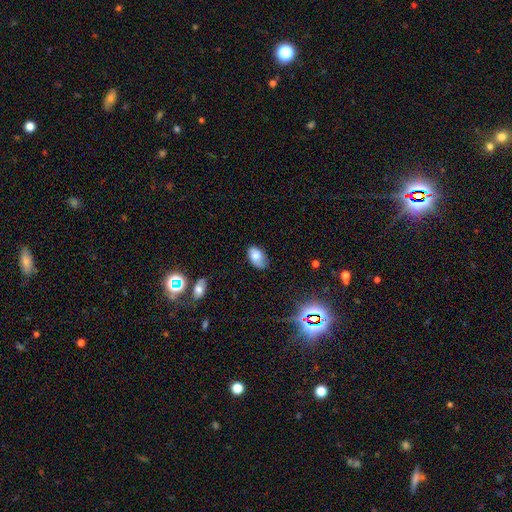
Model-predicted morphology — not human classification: type=smooth (73%); roundness=in between (91%); merging=none (65%).